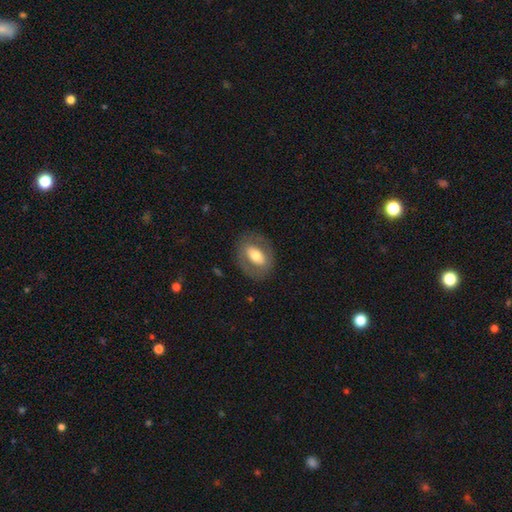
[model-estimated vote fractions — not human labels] Overall: smooth (52%; featured or disk 41%). How rounded: in between (77%). Merging: none (79%).